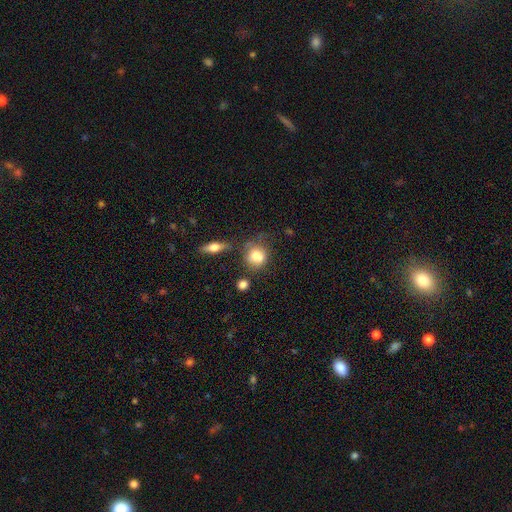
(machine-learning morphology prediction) Smooth or featured?
  - smooth: 75% *
  - featured or disk: 15%
  - star or artifact: 10%
How rounded?
  - round: 70% *
  - in between: 29%
  - cigar-shaped: 2%
Merging?
  - none: 56% *
  - minor disturbance: 22%
  - merger: 14%
  - major disturbance: 8%